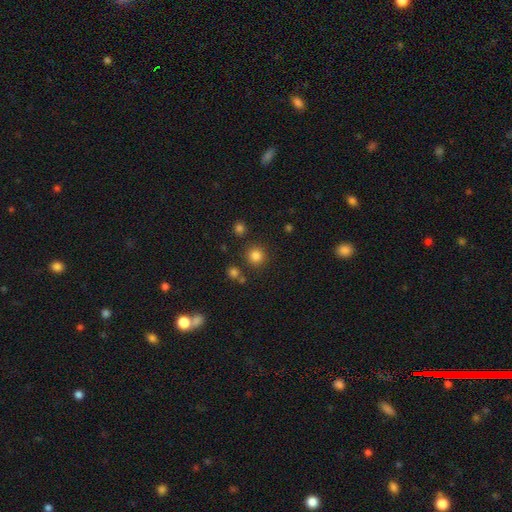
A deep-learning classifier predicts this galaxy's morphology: smooth_or_featured: smooth (p=0.82) [alt: star or artifact p=0.14]
how_rounded: round (p=0.93) [alt: in between p=0.06]
merging: none (p=0.85) [alt: minor disturbance p=0.07]